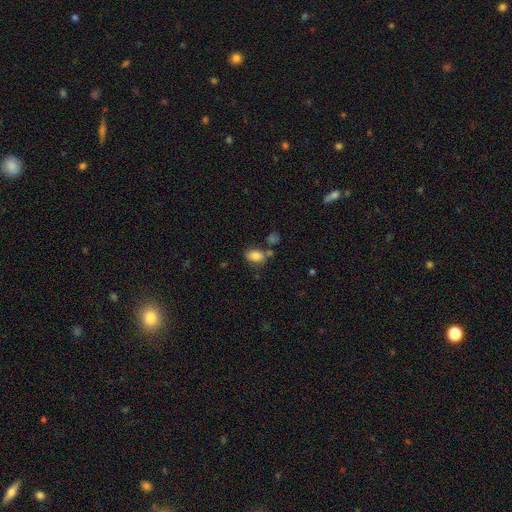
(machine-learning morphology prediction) Smooth or featured: smooth — 83% (star or artifact — 9%)
How rounded: in between — 84% (round — 15%)
Merging: none — 66% (minor disturbance — 15%)